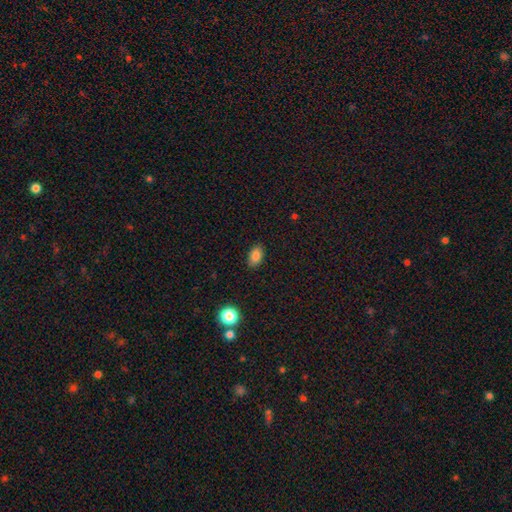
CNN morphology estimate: Smooth or featured?
  - smooth: 84% *
  - star or artifact: 10%
  - featured or disk: 6%
How rounded?
  - in between: 90% *
  - round: 8%
  - cigar-shaped: 2%
Merging?
  - none: 87% *
  - minor disturbance: 10%
  - major disturbance: 2%
  - merger: 1%